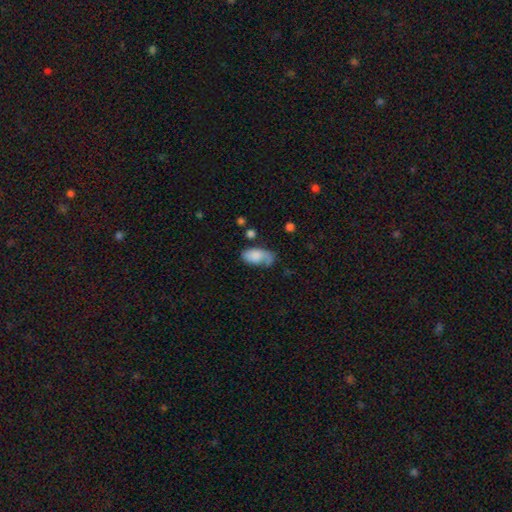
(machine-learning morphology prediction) smooth_or_featured: smooth (p=0.69) [alt: featured or disk p=0.24]
how_rounded: in between (p=0.92) [alt: round p=0.05]
merging: none (p=0.42) [alt: minor disturbance p=0.28]